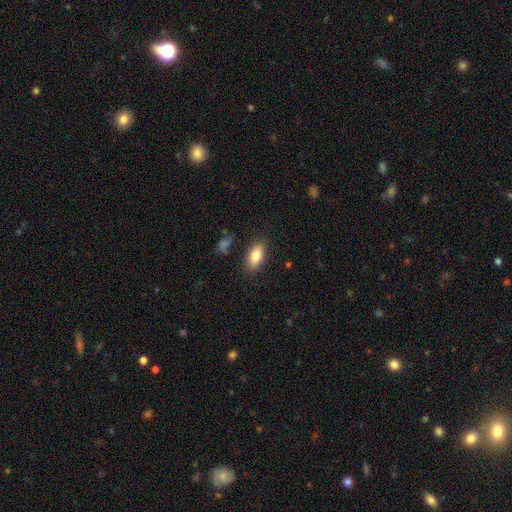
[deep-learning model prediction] Q: Smooth or featured?
A: smooth (82%); runner-up: featured or disk (11%)
Q: How rounded?
A: in between (87%); runner-up: cigar-shaped (10%)
Q: Merging?
A: none (84%); runner-up: minor disturbance (11%)